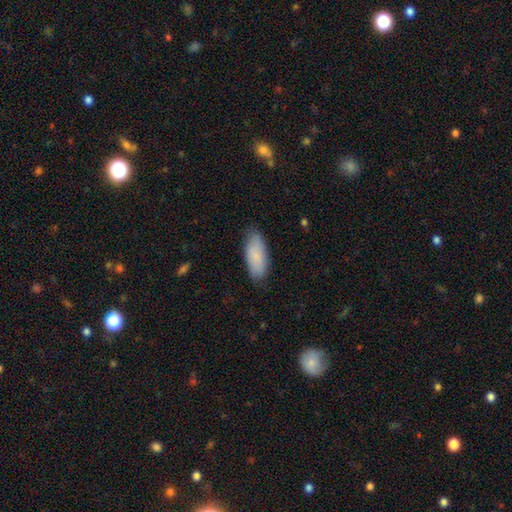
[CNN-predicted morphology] Smooth or featured? smooth (87%)
How rounded? in between (80%)
Merging? none (83%)